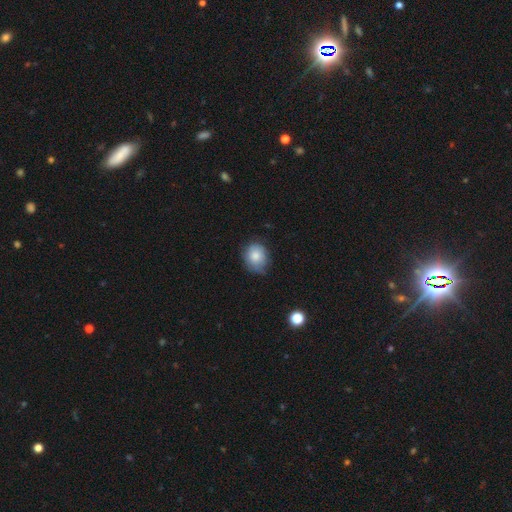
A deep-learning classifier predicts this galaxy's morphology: Overall: smooth (80%). How rounded: round (64%; in between 35%). Merging: none (61%; minor disturbance 31%).